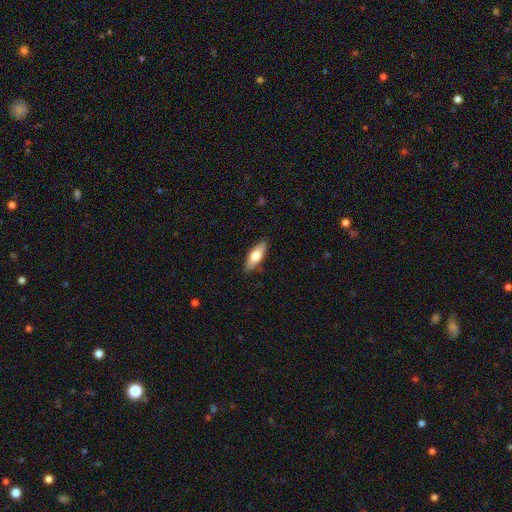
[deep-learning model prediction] smooth_or_featured: smooth (p=0.69) [alt: featured or disk p=0.25]
how_rounded: in between (p=0.67) [alt: cigar-shaped p=0.30]
merging: none (p=0.87) [alt: minor disturbance p=0.10]